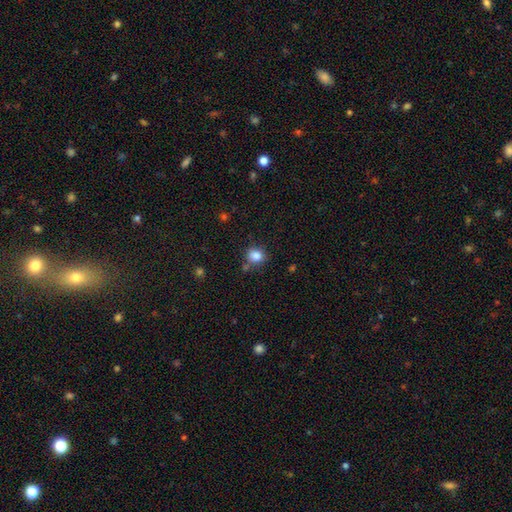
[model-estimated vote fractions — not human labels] Smooth or featured? Predicted: smooth (p=0.84). How rounded? Predicted: round (p=0.72). Merging? Predicted: none (p=0.73).